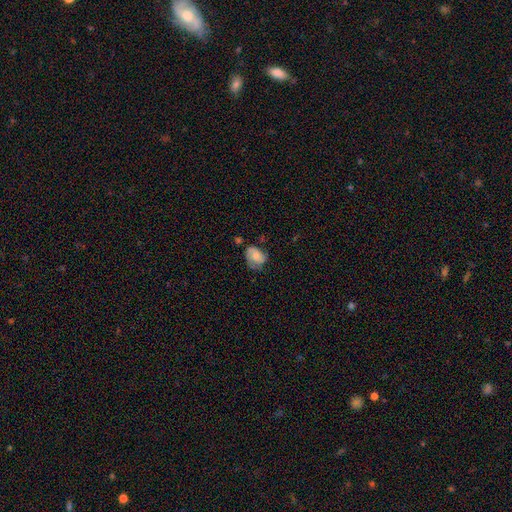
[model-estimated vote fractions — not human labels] A smooth galaxy with no disk features (51%) that is in between round and cigar-shaped (68%).

Vote fractions:
- Smooth or featured? smooth: 51% / featured or disk: 41% / star or artifact: 8%
- How rounded? in between: 68% / round: 31% / cigar-shaped: 1%
- Merging? none: 47% / minor disturbance: 33% / major disturbance: 16% / merger: 4%